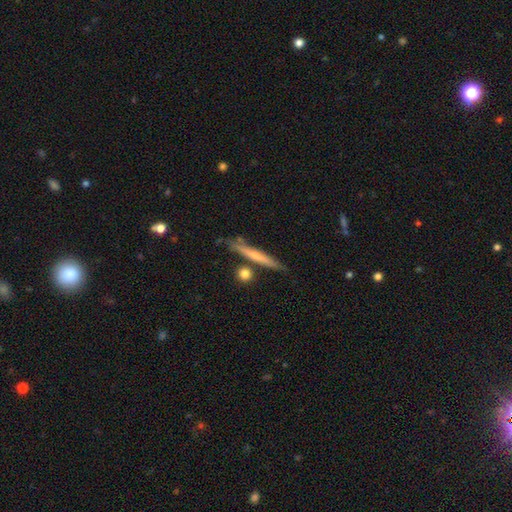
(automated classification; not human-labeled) This appears to be a smooth galaxy with no disk features (49%). Merging: none (78%).